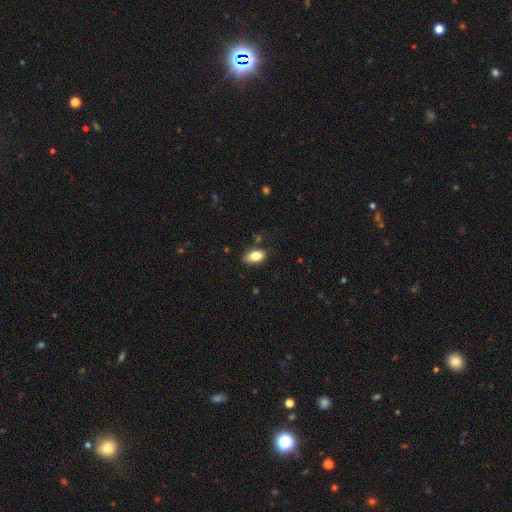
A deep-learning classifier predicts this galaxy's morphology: This is clearly a smooth galaxy (81%). How rounded: clearly in between (90%). Merging: likely none (78%).